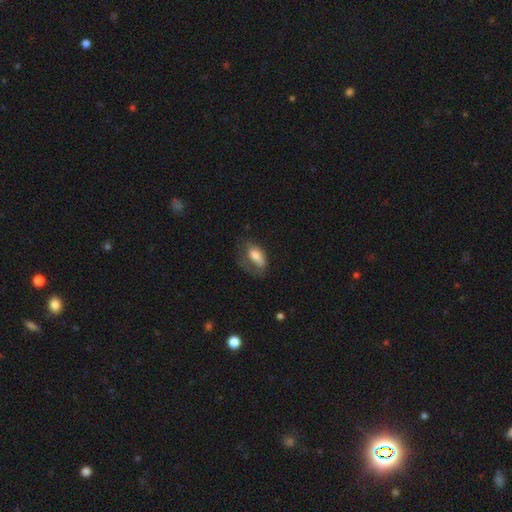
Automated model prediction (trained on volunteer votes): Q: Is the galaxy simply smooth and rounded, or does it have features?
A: smooth — 69%.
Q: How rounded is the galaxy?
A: in between — 86%.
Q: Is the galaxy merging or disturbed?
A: major disturbance — 35%, tied with none.